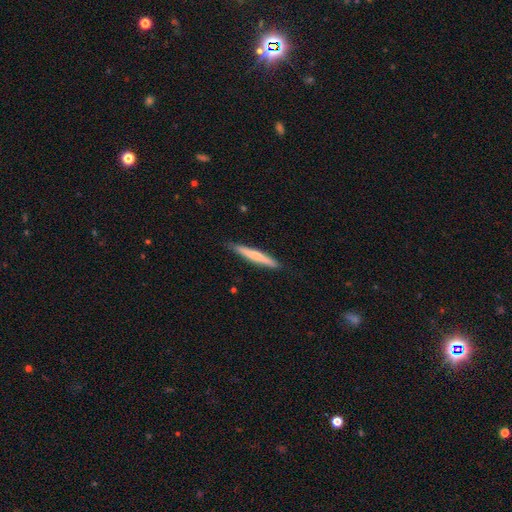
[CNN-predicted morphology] This appears to be a smooth galaxy with no disk features (57%) that is cigar-shaped (95%). Merging: none (88%).